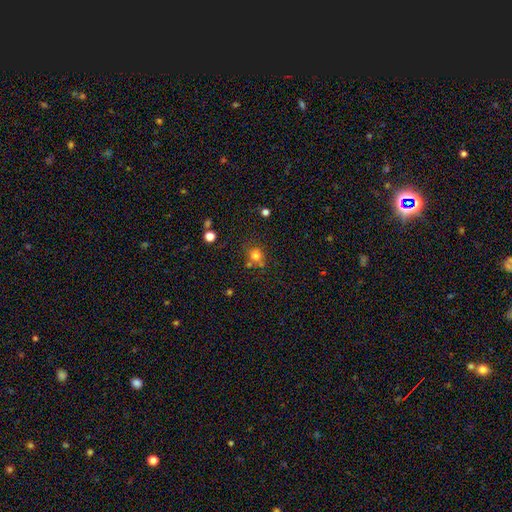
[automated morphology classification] Smooth or featured? smooth (76%)
How rounded? round (84%)
Merging? none (66%)